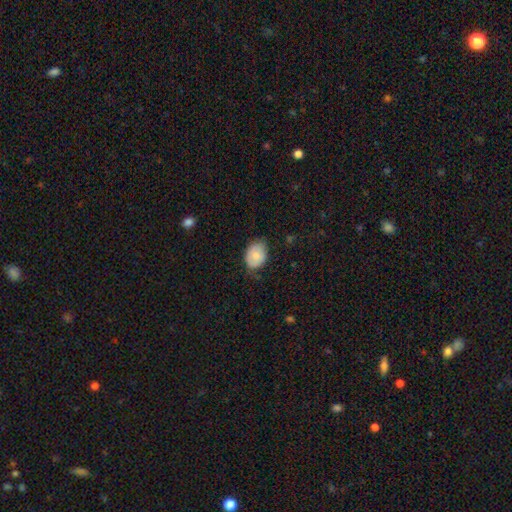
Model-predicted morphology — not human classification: Smooth or featured? Predicted: smooth (p=0.78). How rounded? Predicted: in between (p=0.70). Merging? Predicted: none (p=0.68).